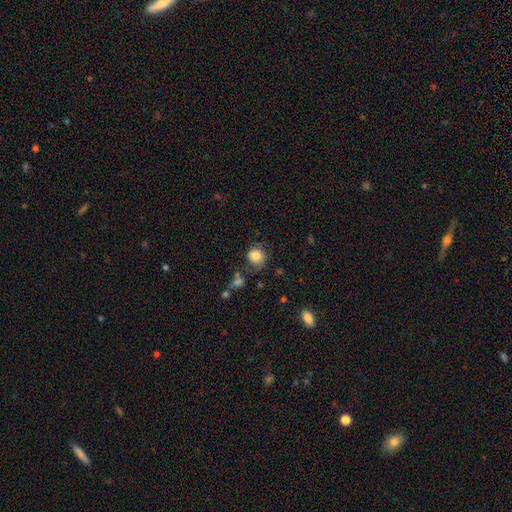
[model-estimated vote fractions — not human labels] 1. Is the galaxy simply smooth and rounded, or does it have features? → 81% smooth, 10% featured or disk, 8% star or artifact.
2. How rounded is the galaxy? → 81% round, 18% in between, 1% cigar-shaped.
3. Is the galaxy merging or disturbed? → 59% none, 24% minor disturbance, 12% major disturbance, 5% merger.